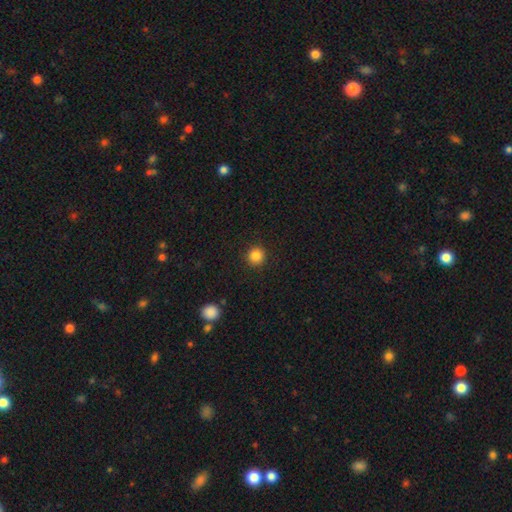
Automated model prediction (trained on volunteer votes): This is clearly a smooth galaxy (86%). How rounded: clearly round (95%). Merging: clearly none (92%).